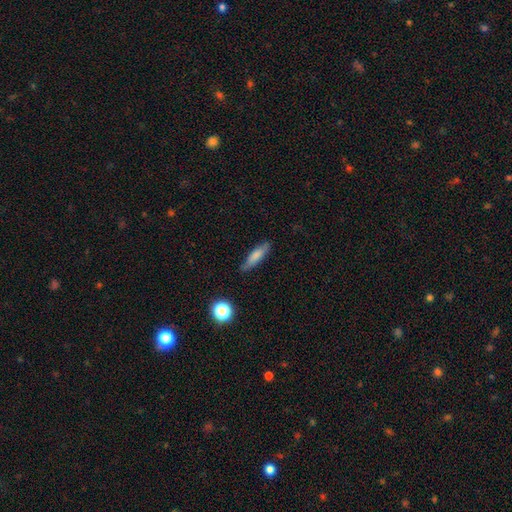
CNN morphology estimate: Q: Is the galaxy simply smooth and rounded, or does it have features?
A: smooth — 75%.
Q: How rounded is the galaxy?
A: cigar-shaped — 71%.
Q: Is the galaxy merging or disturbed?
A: none — 78%.